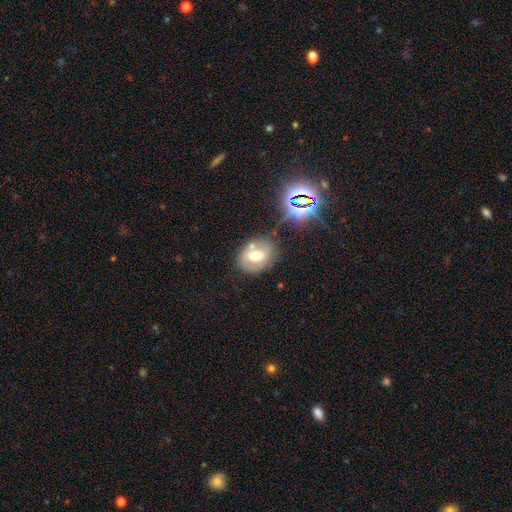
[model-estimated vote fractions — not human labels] smooth-or-featured: smooth: 49% | featured or disk: 37% | star or artifact: 14%
  merging: none: 63% | minor disturbance: 18% | merger: 13% | major disturbance: 6%